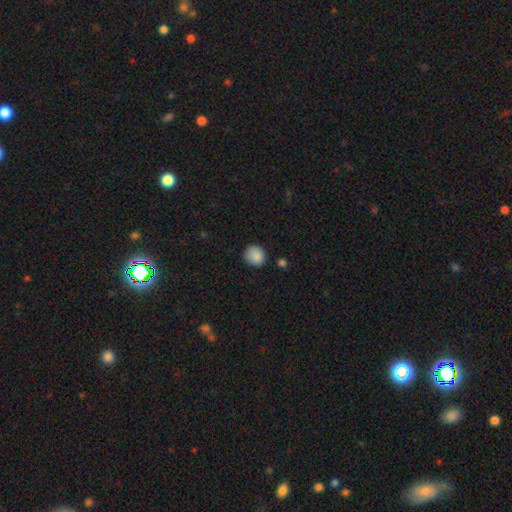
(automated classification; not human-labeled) Overall: smooth (88%). How rounded: round (88%). Merging: none (86%).